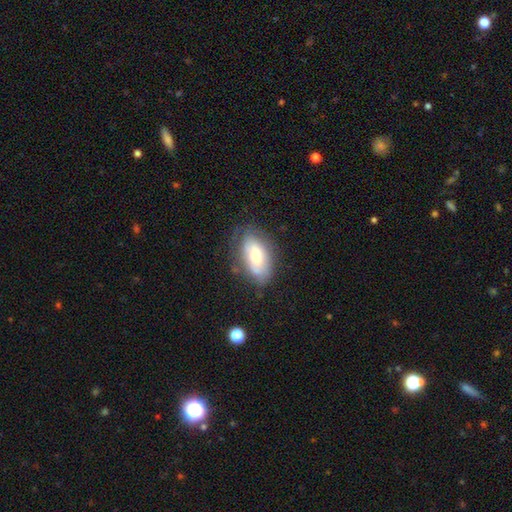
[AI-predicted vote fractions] This is possibly a smooth galaxy (54%). How rounded: clearly in between (90%). Merging: likely none (66%).